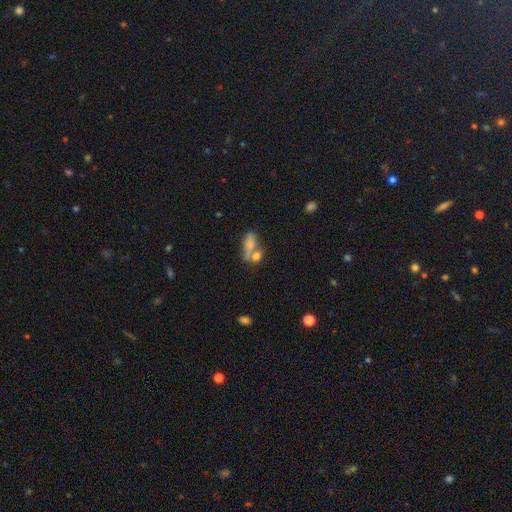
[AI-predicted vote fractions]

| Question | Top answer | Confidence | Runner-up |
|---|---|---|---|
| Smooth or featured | smooth | 73% | featured or disk (16%) |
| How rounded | in between | 70% | round (16%) |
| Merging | merger | 48% | none (34%) |